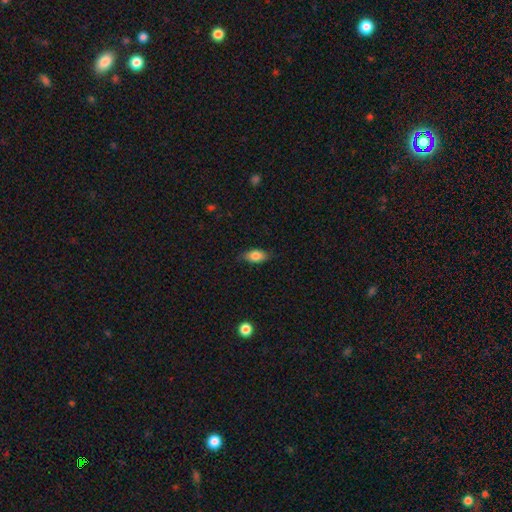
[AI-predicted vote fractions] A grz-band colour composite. It shows a smooth galaxy with no disk features (81%) that is in between round and cigar-shaped (88%). Merging: none (82%).